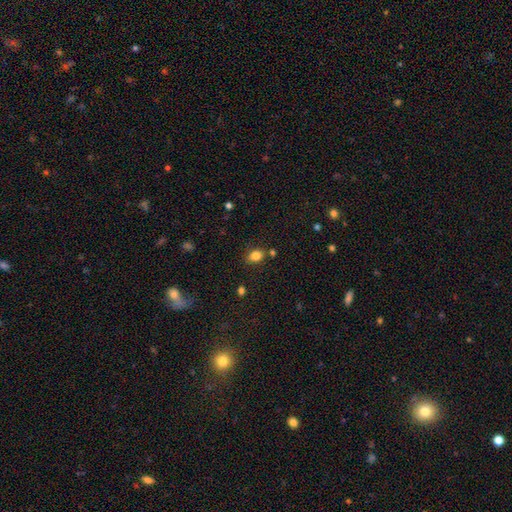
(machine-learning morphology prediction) Smooth or featured?
  - smooth: 83% *
  - star or artifact: 11%
  - featured or disk: 6%
How rounded?
  - in between: 73% *
  - round: 26%
  - cigar-shaped: 1%
Merging?
  - none: 76% *
  - minor disturbance: 13%
  - merger: 7%
  - major disturbance: 4%